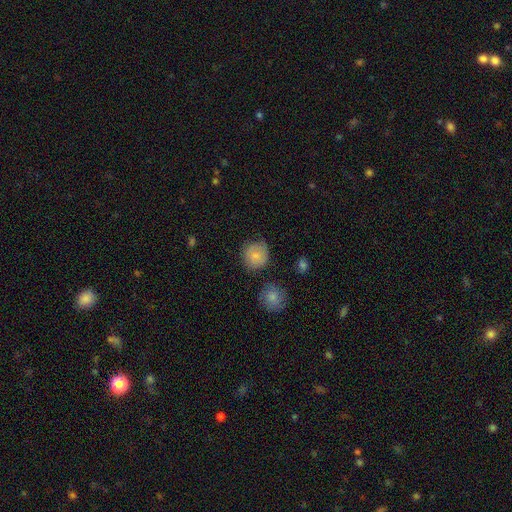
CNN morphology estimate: Smooth or featured? smooth (82%)
How rounded? round (88%)
Merging? none (74%)